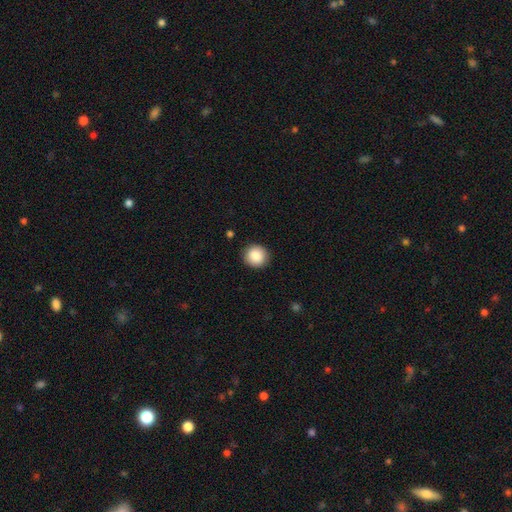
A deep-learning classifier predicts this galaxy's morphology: Smooth or featured: smooth — 87% (star or artifact — 8%)
How rounded: round — 90% (in between — 9%)
Merging: none — 91% (minor disturbance — 6%)